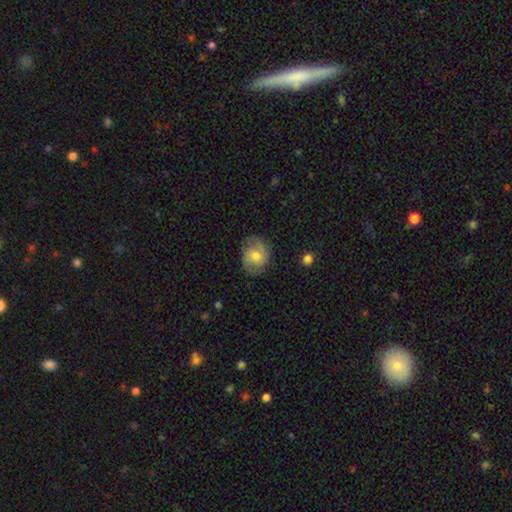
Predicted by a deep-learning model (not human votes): This is possibly a featured or disk galaxy (54%). It is clearly not viewed edge-on (97%). Bar: likely no (61%). Spiral arm pattern: clearly yes (83%). Central bulge: likely moderate (65%). Merging: likely none (74%).